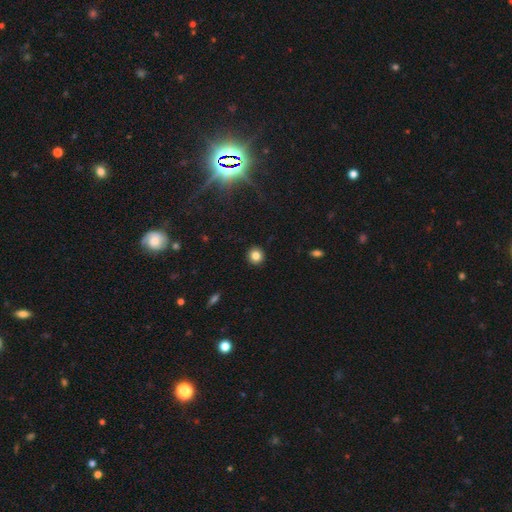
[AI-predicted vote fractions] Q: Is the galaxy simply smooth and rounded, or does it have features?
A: smooth — 83%.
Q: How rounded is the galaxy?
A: round — 93%.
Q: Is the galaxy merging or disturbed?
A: none — 92%.